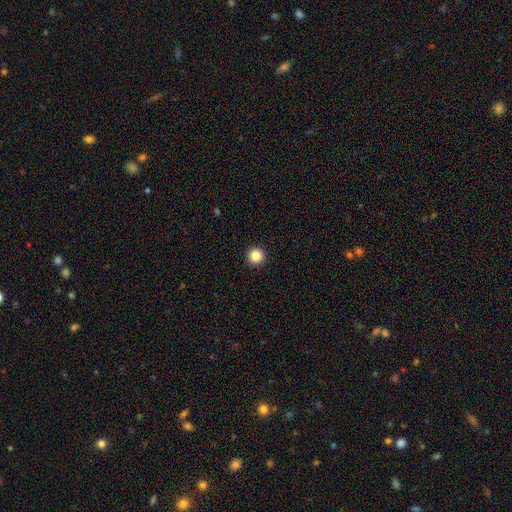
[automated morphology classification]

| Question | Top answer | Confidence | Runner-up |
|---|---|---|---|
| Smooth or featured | smooth | 85% | star or artifact (11%) |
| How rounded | round | 96% | in between (3%) |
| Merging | none | 94% | minor disturbance (4%) |